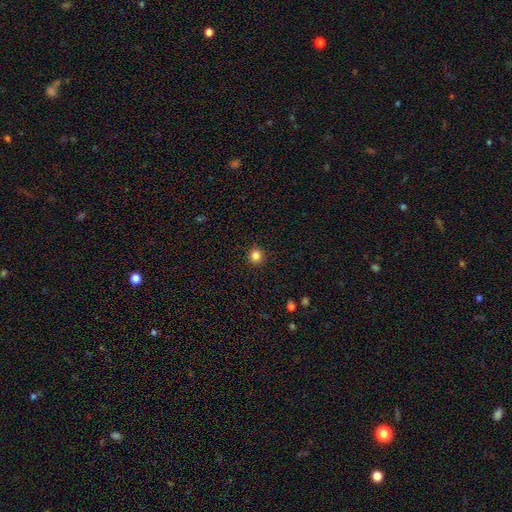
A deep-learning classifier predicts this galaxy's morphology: Overall: smooth (83%). How rounded: round (92%). Merging: none (93%).